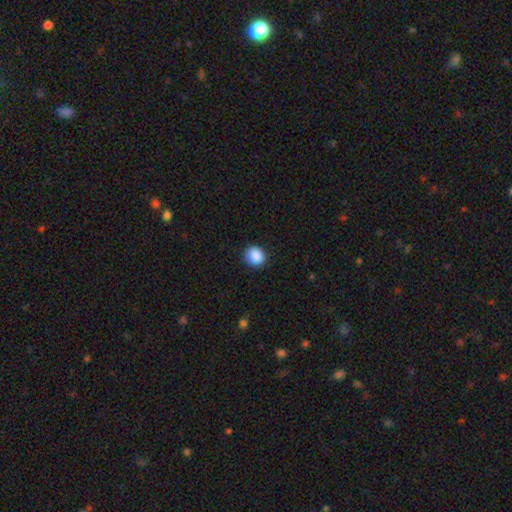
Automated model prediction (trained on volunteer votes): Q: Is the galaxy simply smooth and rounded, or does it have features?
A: smooth — 89%.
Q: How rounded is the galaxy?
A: round — 80%.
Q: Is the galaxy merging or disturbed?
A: none — 89%.